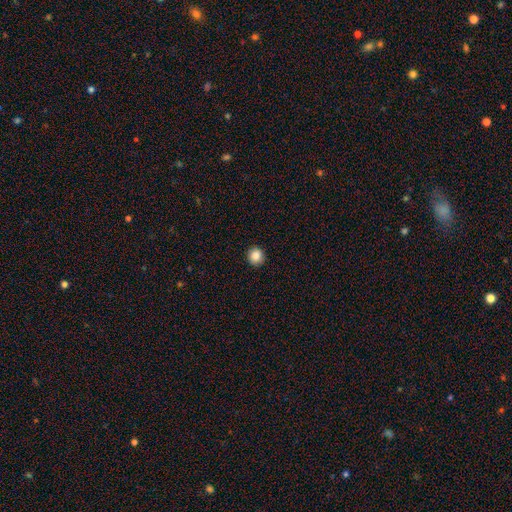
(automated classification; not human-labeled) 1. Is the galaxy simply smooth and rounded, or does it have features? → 86% smooth, 10% star or artifact, 4% featured or disk.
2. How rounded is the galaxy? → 91% round, 8% in between, 1% cigar-shaped.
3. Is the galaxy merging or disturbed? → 92% none, 5% minor disturbance, 2% major disturbance, 1% merger.